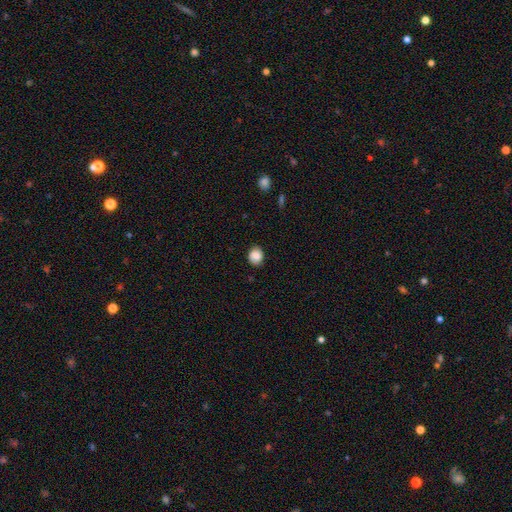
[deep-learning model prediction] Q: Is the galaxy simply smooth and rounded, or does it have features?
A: smooth — 87%.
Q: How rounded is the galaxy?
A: round — 68%.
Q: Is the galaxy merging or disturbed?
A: none — 84%.